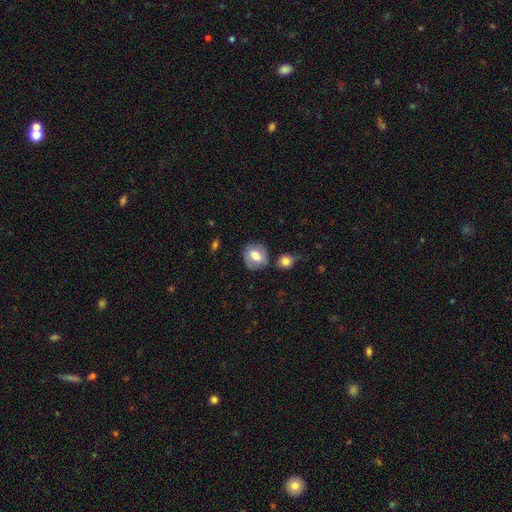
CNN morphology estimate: smooth-or-featured: smooth: 67% | featured or disk: 26% | star or artifact: 8%
  how-rounded: round: 74% | in between: 25% | cigar-shaped: 1%
  merging: none: 71% | minor disturbance: 16% | merger: 8% | major disturbance: 5%